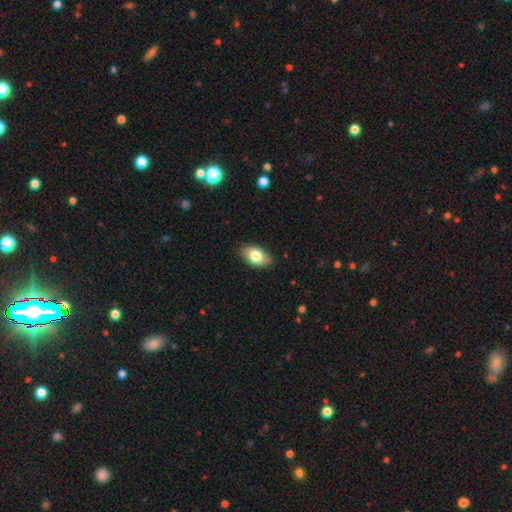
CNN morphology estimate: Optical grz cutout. It shows a smooth galaxy with no disk features (78%) that is in between round and cigar-shaped (92%). Merging: none (85%).